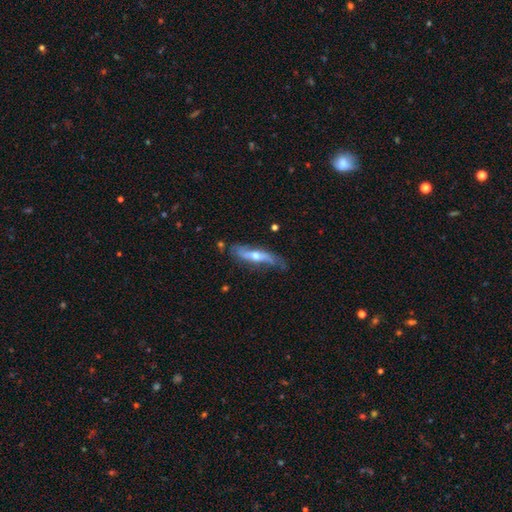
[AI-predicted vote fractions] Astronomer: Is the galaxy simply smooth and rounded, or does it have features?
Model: featured or disk — 66%.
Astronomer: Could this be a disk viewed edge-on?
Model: yes — 54% (runner-up: no, 46%).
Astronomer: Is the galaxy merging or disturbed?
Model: none — 59%.